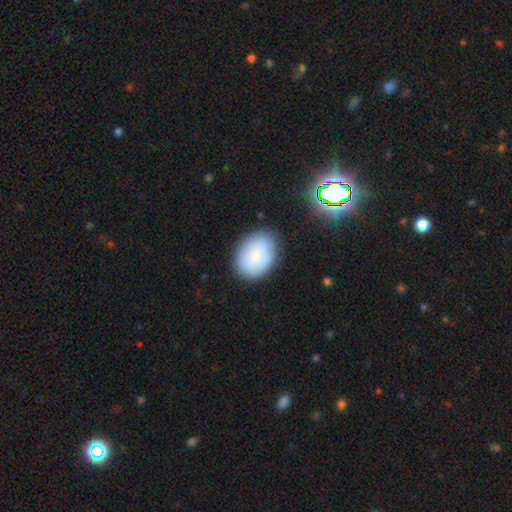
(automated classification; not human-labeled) Smooth or featured: smooth — 80% (featured or disk — 10%)
How rounded: in between — 74% (round — 25%)
Merging: none — 82% (minor disturbance — 14%)